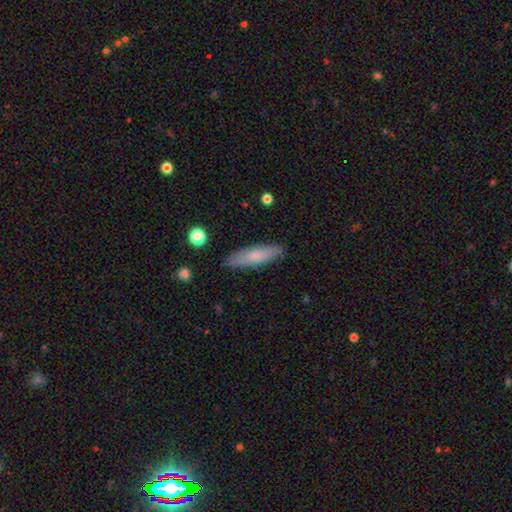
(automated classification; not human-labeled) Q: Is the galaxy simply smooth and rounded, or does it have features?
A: smooth — 69%.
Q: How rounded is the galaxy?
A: cigar-shaped — 69%.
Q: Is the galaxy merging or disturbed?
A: none — 86%.